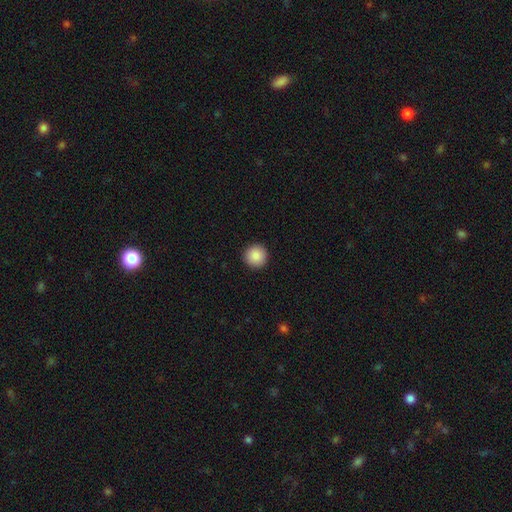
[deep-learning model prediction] This is clearly a smooth galaxy (88%). How rounded: clearly round (96%). Merging: clearly none (93%).